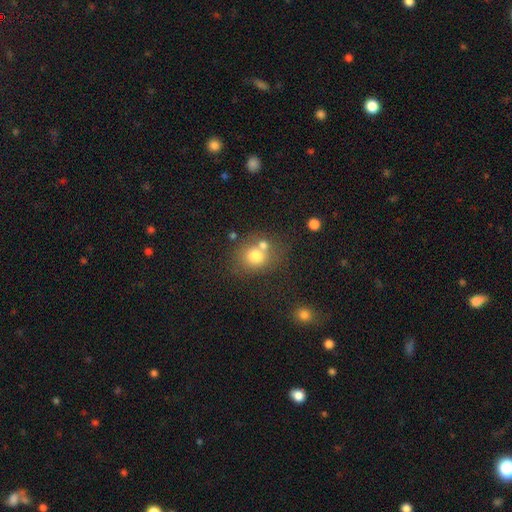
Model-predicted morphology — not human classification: smooth-or-featured: smooth: 74% | featured or disk: 14% | star or artifact: 12%
  how-rounded: round: 74% | in between: 25% | cigar-shaped: 1%
  merging: none: 52% | merger: 30% | minor disturbance: 12% | major disturbance: 6%